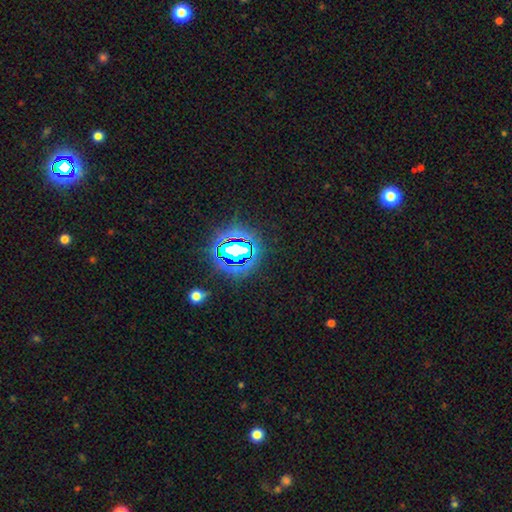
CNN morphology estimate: Overall: star or artifact (83%).